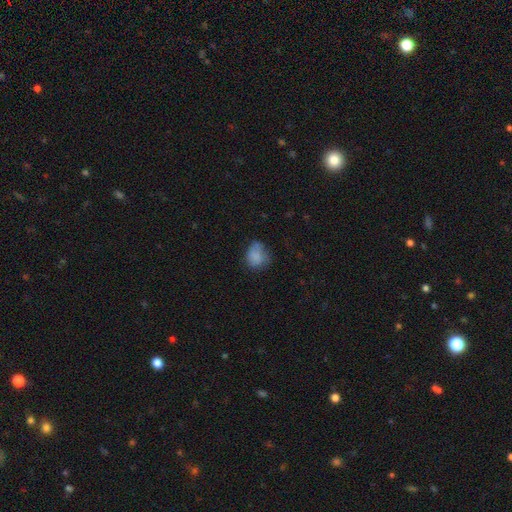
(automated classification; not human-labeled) smooth_or_featured: smooth (p=0.77) [alt: featured or disk p=0.13]
how_rounded: round (p=0.58) [alt: in between p=0.41]
merging: none (p=0.51) [alt: minor disturbance p=0.32]